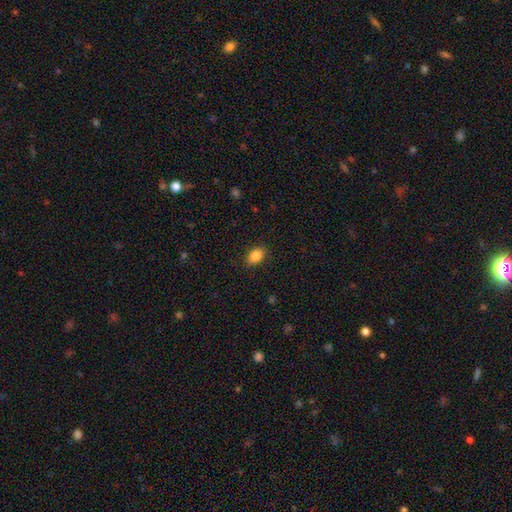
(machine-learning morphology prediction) Smooth or featured?
  - smooth: 86% *
  - star or artifact: 9%
  - featured or disk: 5%
How rounded?
  - in between: 78% *
  - round: 21%
  - cigar-shaped: 1%
Merging?
  - none: 87% *
  - minor disturbance: 9%
  - major disturbance: 2%
  - merger: 1%